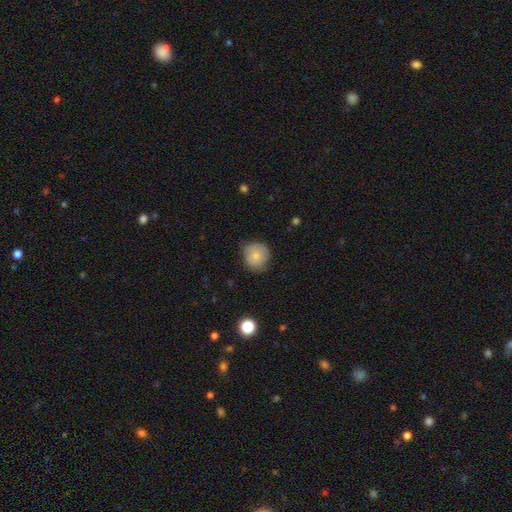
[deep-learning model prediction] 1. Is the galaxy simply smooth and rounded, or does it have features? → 76% smooth, 15% featured or disk, 8% star or artifact.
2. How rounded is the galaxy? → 87% round, 12% in between, 1% cigar-shaped.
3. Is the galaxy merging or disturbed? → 63% none, 29% minor disturbance, 6% major disturbance, 2% merger.